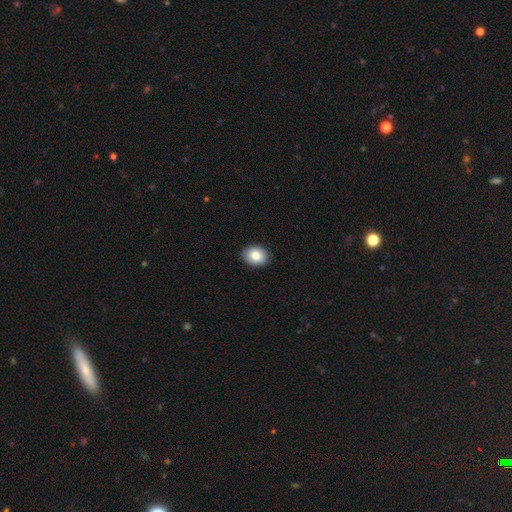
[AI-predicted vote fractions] A smooth galaxy with no disk features (85%) that is in between round and cigar-shaped (56%). Merging: none (90%).